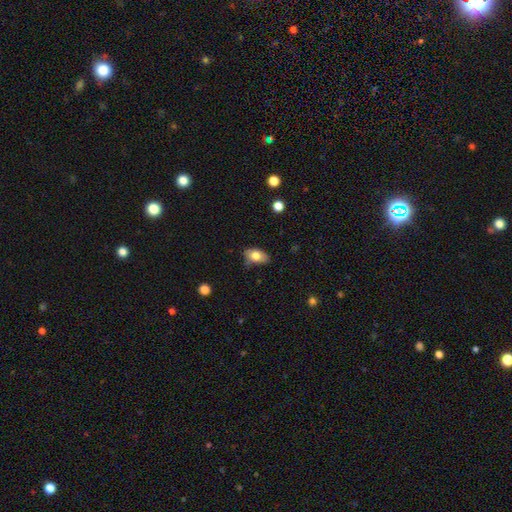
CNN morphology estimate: A smooth galaxy with no disk features (79%) that is in between round and cigar-shaped (90%). Merging: none (65%).